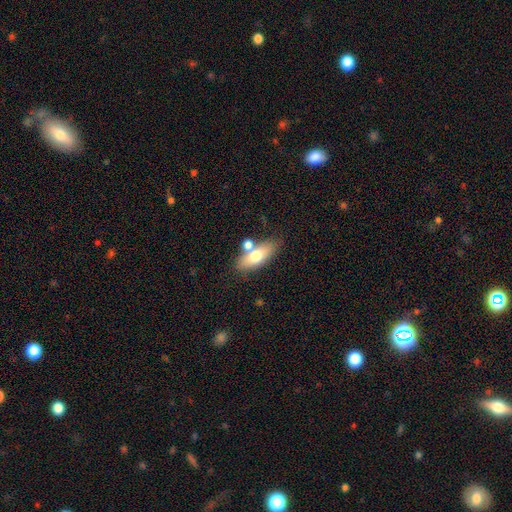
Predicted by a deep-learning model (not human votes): Overall: smooth (67%). How rounded: in between (72%). Merging: none (64%).